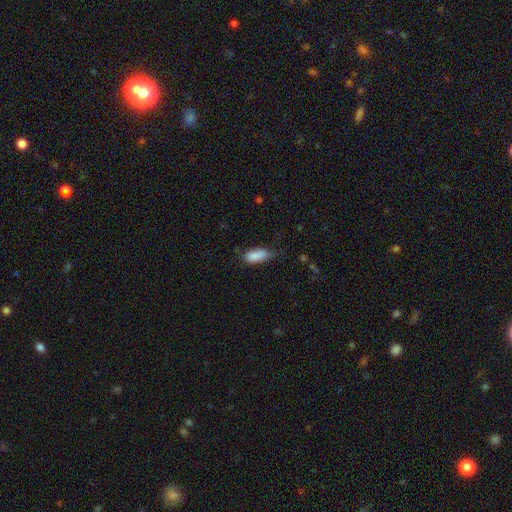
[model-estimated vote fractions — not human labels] smooth_or_featured: smooth (p=0.85) [alt: featured or disk p=0.08]
how_rounded: in between (p=0.81) [alt: cigar-shaped p=0.17]
merging: none (p=0.46) [alt: minor disturbance p=0.41]